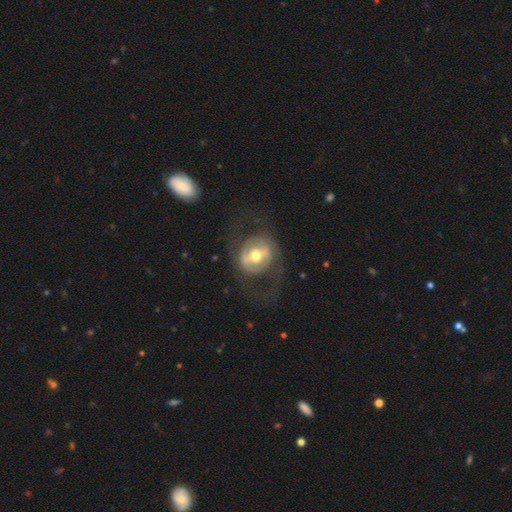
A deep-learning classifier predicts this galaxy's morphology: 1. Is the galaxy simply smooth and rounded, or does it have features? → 66% featured or disk, 28% smooth, 6% star or artifact.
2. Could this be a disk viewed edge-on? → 94% no, 6% yes.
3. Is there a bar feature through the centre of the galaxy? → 40% strong, 34% weak, 26% no.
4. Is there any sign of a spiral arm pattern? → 56% no, 44% yes.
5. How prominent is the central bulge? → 73% moderate, 13% small, 12% large, 1% dominant, 1% none.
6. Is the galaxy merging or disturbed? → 63% none, 21% major disturbance, 14% minor disturbance, 2% merger.